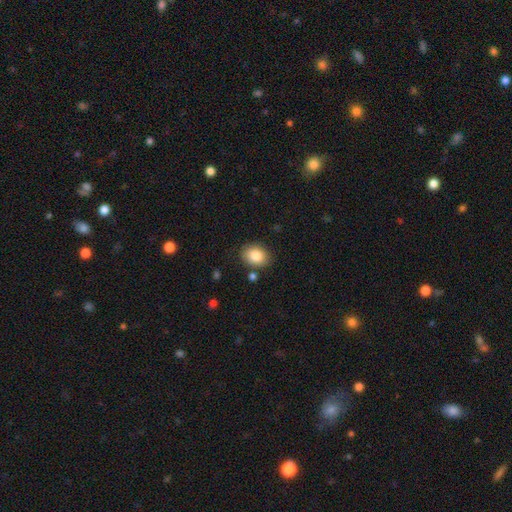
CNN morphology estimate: Smooth or featured? smooth (87%)
How rounded? in between (62%)
Merging? none (81%)